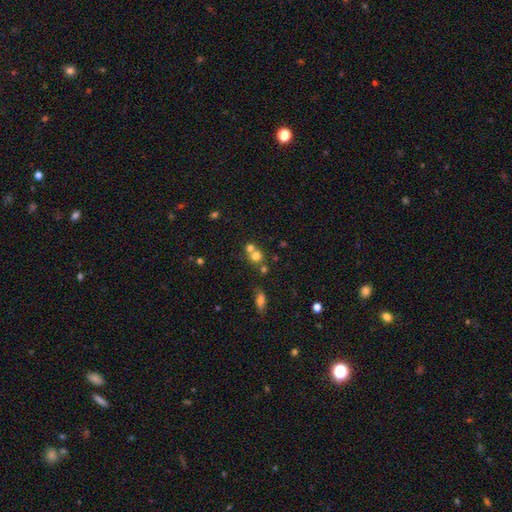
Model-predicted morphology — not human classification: Smooth or featured? smooth (71%)
How rounded? round (84%)
Merging? merger (49%)